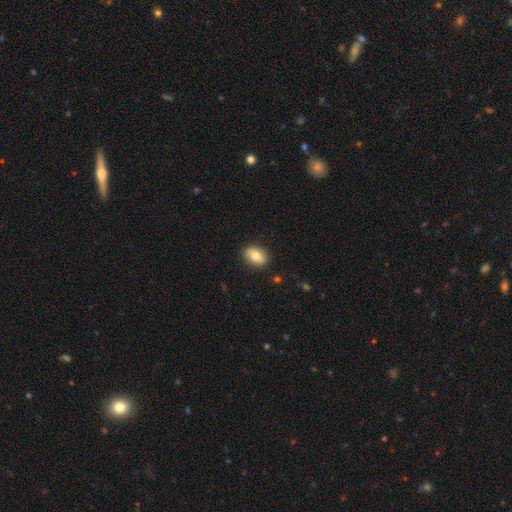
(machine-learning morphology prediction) This appears to be a smooth galaxy with no disk features (78%) that is in between round and cigar-shaped (72%). Merging: none (89%).